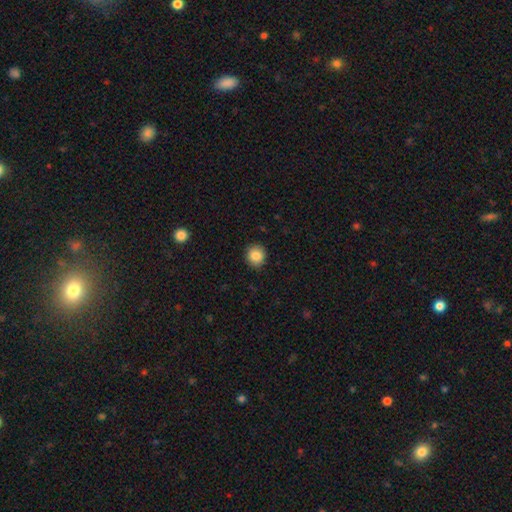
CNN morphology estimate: The model was most divided on "how rounded": round: 87%, in between: 12%, cigar-shaped: 1%. More confident: merging — none (91%); smooth or featured — smooth (86%).